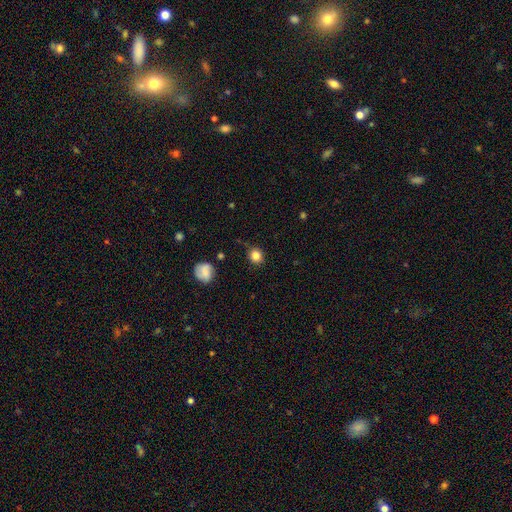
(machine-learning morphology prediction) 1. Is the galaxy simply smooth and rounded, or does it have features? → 83% smooth, 11% star or artifact, 6% featured or disk.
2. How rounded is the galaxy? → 85% round, 14% in between, 1% cigar-shaped.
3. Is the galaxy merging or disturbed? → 81% none, 14% minor disturbance, 3% major disturbance, 2% merger.